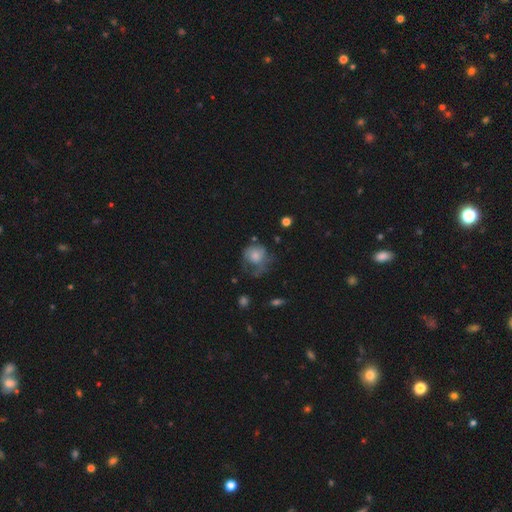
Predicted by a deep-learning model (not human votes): smooth 59%, featured or disk 31%, star or artifact 10%. Down the decision tree: how rounded — round (74%); merging — major disturbance (35%).